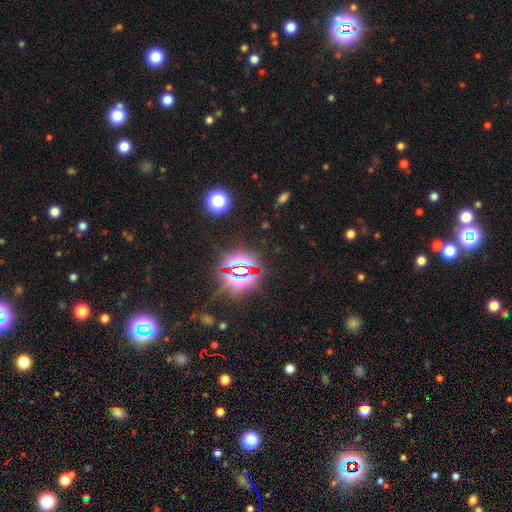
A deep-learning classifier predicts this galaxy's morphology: A star or artifact, not a galaxy (80%).